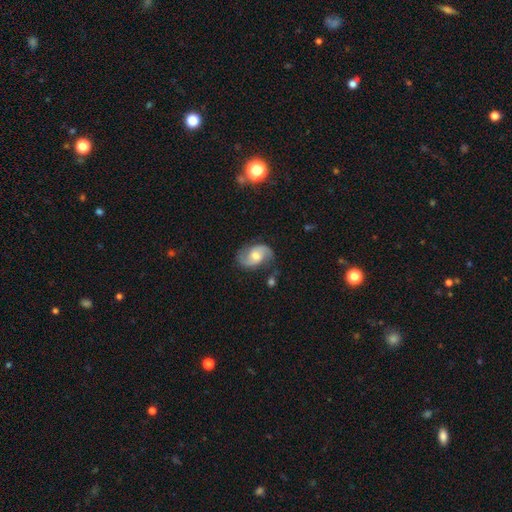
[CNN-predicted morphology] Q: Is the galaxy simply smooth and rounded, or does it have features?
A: featured or disk — 80%.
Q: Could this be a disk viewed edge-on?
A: no — 97%.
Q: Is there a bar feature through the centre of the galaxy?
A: no — 53%.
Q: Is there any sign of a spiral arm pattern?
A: yes — 94%.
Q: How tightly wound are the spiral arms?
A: medium — 46%.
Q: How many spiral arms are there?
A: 2 — 91%.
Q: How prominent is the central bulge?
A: moderate — 68%.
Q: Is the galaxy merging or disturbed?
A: none — 72%.